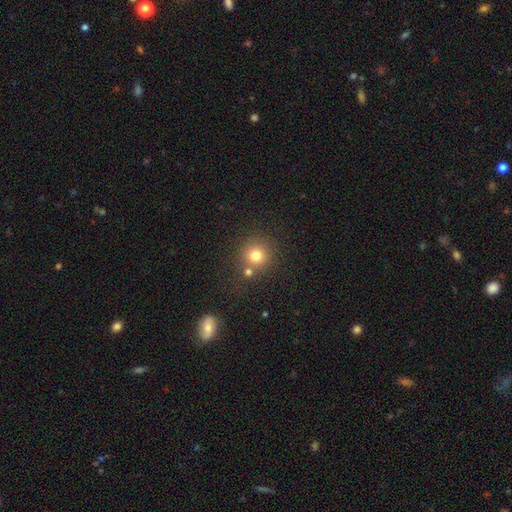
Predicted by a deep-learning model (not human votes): smooth_or_featured: smooth (p=0.77) [alt: star or artifact p=0.14]
how_rounded: round (p=0.92) [alt: in between p=0.07]
merging: none (p=0.71) [alt: merger p=0.18]